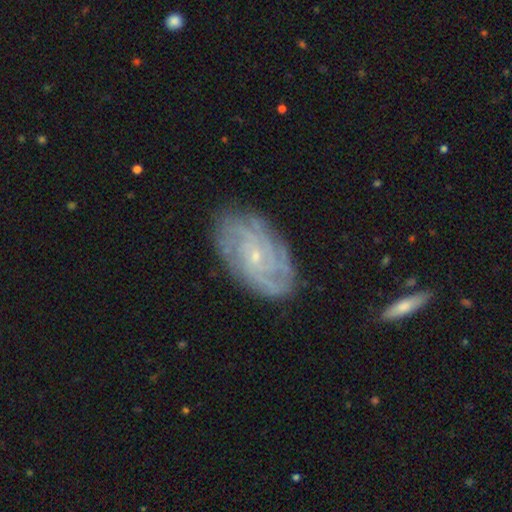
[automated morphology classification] featured or disk 83%, smooth 10%, star or artifact 7%. Down the decision tree: edge-on disk — no (96%); bar — no (74%); spiral arms — yes (96%); spiral arm count — can't tell (31%); spiral winding — tight (71%); bulge size — small (83%); merging — none (82%).